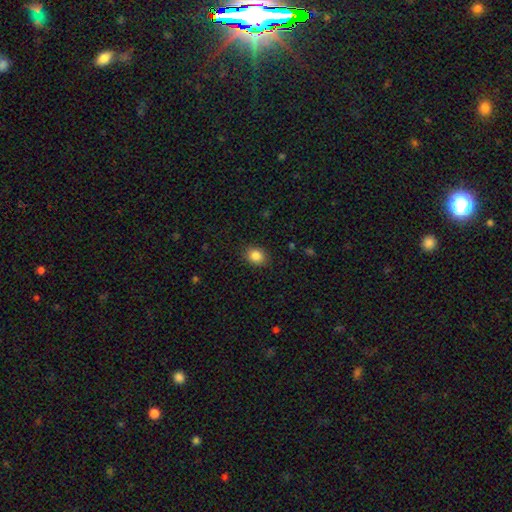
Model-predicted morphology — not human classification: smooth_or_featured: smooth (p=0.85) [alt: star or artifact p=0.10]
how_rounded: round (p=0.51) [alt: in between p=0.48]
merging: none (p=0.87) [alt: minor disturbance p=0.09]